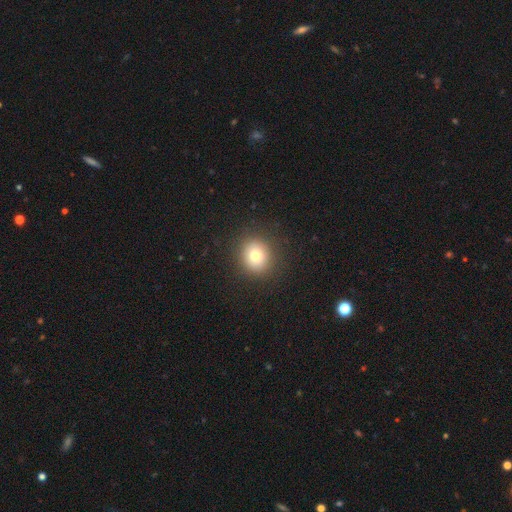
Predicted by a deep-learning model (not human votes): This is likely a smooth galaxy (77%). How rounded: clearly round (84%). Merging: clearly none (90%).